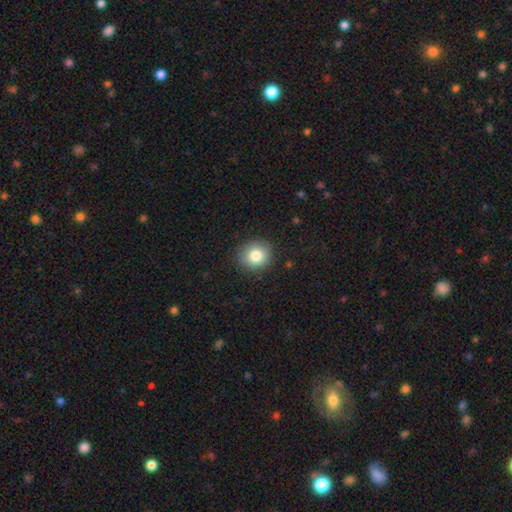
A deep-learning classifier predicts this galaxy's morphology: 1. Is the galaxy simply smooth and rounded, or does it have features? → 82% smooth, 10% star or artifact, 8% featured or disk.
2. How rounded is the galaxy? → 85% round, 14% in between, 1% cigar-shaped.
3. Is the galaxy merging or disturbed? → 88% none, 8% minor disturbance, 2% major disturbance, 1% merger.